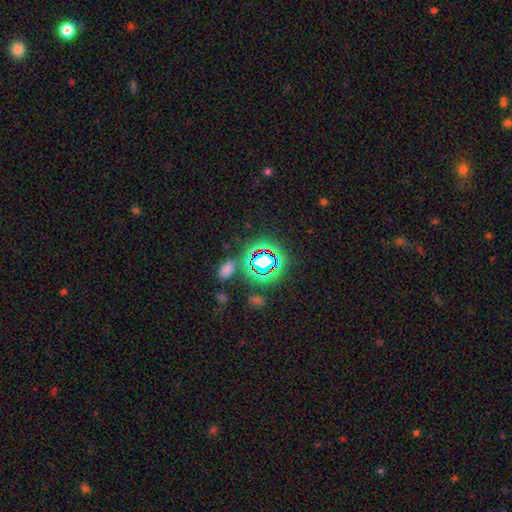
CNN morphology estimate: The model was most divided on "smooth or featured": star or artifact: 66%, smooth: 24%, featured or disk: 10%.